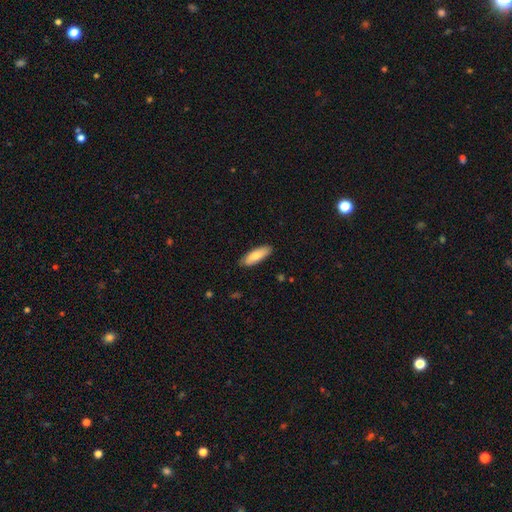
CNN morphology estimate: A smooth galaxy with no disk features (79%) that is in between round and cigar-shaped (62%). Merging: none (83%).